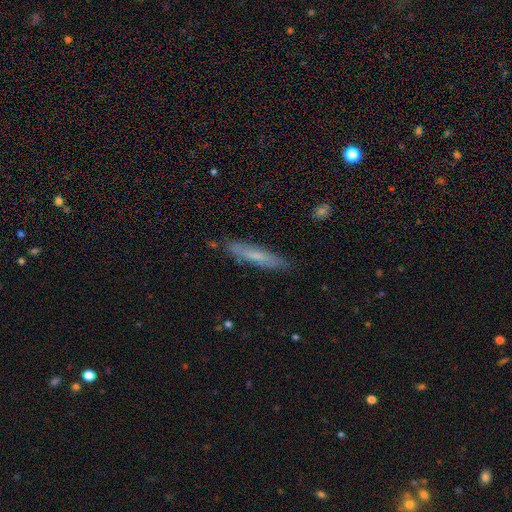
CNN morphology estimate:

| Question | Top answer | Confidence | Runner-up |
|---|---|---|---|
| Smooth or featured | smooth | 59% | featured or disk (34%) |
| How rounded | cigar-shaped | 88% | in between (10%) |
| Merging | none | 84% | minor disturbance (12%) |